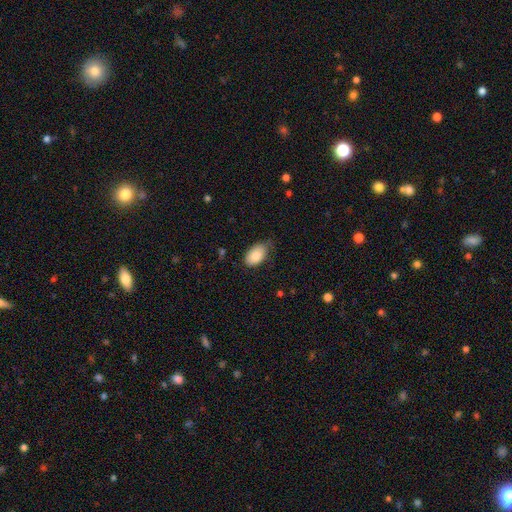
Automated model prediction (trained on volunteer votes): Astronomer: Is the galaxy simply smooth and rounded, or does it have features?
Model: smooth — 86%.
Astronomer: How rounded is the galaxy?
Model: in between — 93%.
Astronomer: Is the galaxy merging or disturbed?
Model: none — 63%.